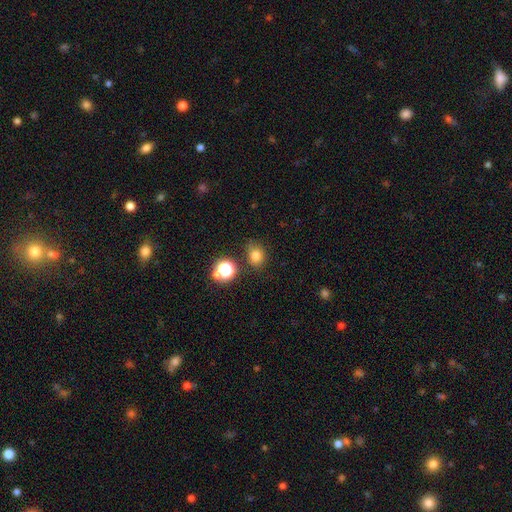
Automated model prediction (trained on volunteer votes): smooth 77%, star or artifact 17%, featured or disk 6%. Down the decision tree: how rounded — round (66%); merging — none (75%).